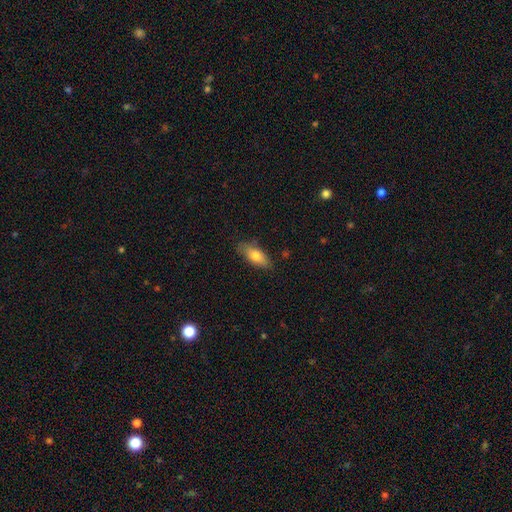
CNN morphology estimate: Overall: smooth (75%). How rounded: in between (77%). Merging: none (79%).